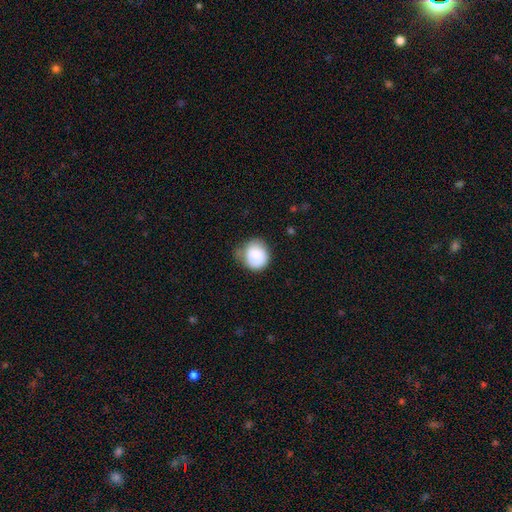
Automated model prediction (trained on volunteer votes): Overall: smooth (85%). How rounded: round (80%). Merging: none (51%; minor disturbance 35%).